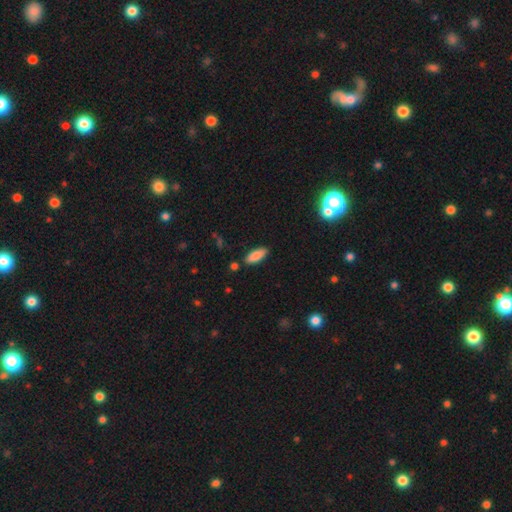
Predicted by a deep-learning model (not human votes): Overall: smooth (86%). How rounded: in between (77%). Merging: none (85%).